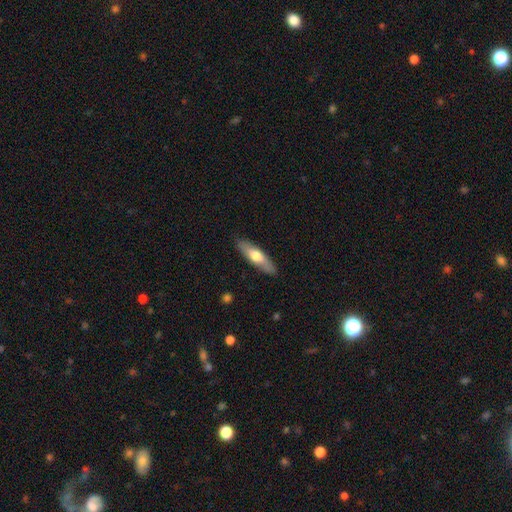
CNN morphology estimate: Smooth or featured?
  - smooth: 58% *
  - featured or disk: 36%
  - star or artifact: 5%
How rounded?
  - cigar-shaped: 61% *
  - in between: 37%
  - round: 2%
Merging?
  - none: 87% *
  - minor disturbance: 10%
  - major disturbance: 2%
  - merger: 1%